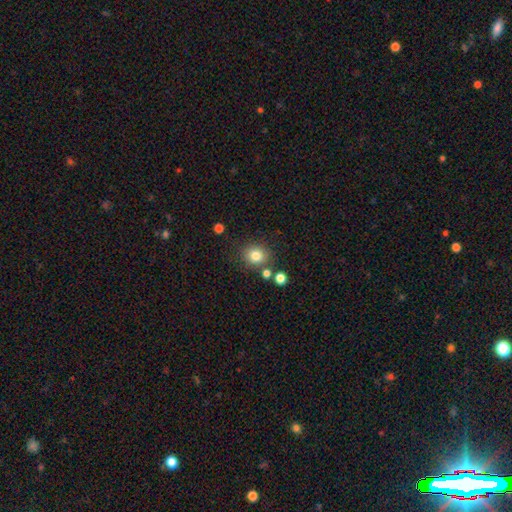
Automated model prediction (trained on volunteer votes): The model was most divided on "how rounded": round: 78%, in between: 22%, cigar-shaped: 1%. More confident: smooth or featured — smooth (80%); merging — none (79%).